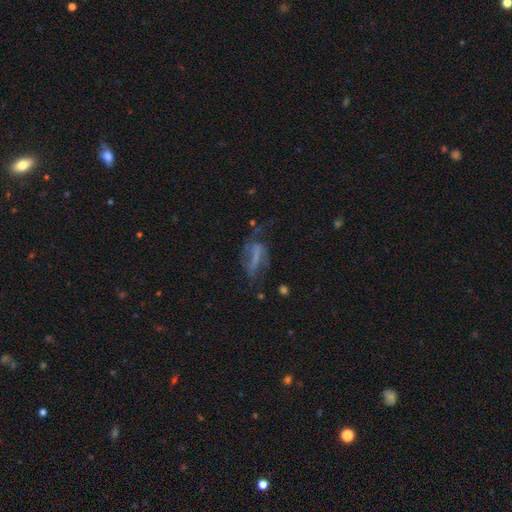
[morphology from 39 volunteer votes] This appears to be a featured or disk galaxy (67%) with a strong bar (50%), 1 (39%, tied with 2) loose (56%) spiral arms (75%) and no central bulge (71%). Merging: minor disturbance (32%, tied with major disturbance).